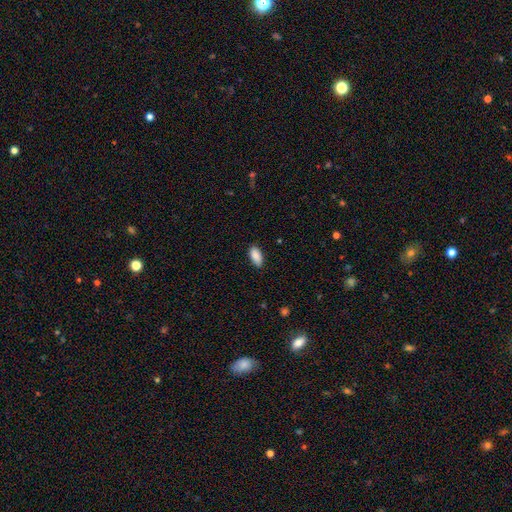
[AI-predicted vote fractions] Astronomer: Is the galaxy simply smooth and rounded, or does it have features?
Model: smooth — 89%.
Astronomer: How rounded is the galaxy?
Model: in between — 92%.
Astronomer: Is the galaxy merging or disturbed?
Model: none — 85%.